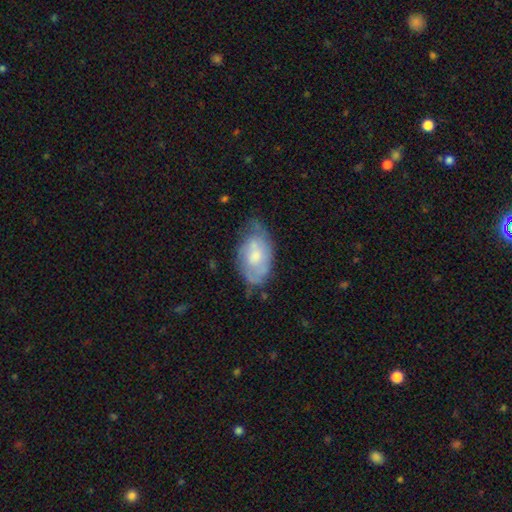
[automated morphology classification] Q: Smooth or featured?
A: featured or disk (54%); runner-up: smooth (39%)
Q: Edge-on disk?
A: no (95%); runner-up: yes (5%)
Q: Bar?
A: no (72%); runner-up: weak (25%)
Q: Spiral arms?
A: yes (63%); runner-up: no (37%)
Q: Bulge size?
A: moderate (49%); runner-up: small (31%)
Q: Merging?
A: none (49%); runner-up: minor disturbance (35%)